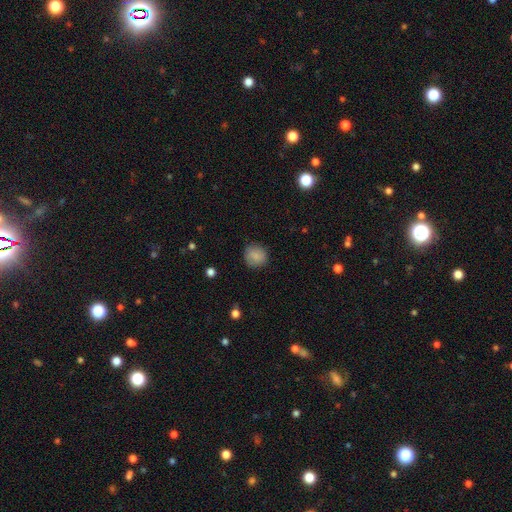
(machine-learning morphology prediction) smooth_or_featured: smooth (p=0.84) [alt: star or artifact p=0.08]
how_rounded: round (p=0.88) [alt: in between p=0.11]
merging: none (p=0.85) [alt: minor disturbance p=0.11]